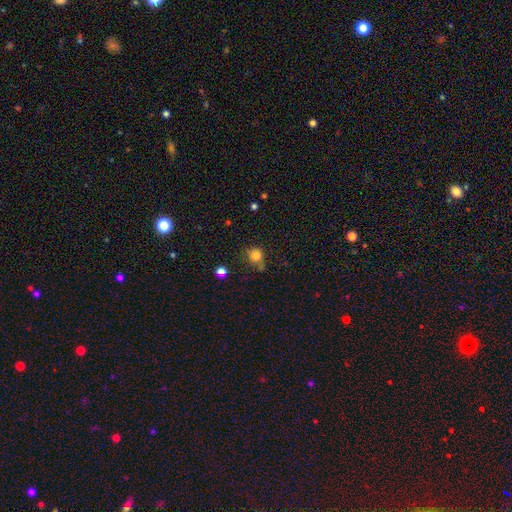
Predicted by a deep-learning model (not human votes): smooth_or_featured: smooth (p=0.79) [alt: star or artifact p=0.13]
how_rounded: round (p=0.76) [alt: in between p=0.23]
merging: none (p=0.52) [alt: minor disturbance p=0.29]